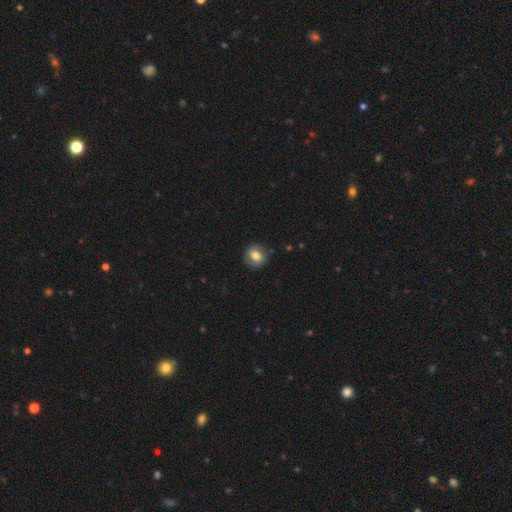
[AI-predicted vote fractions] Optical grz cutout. It shows a smooth galaxy with no disk features (75%) that is round (69%). Merging: none (83%).